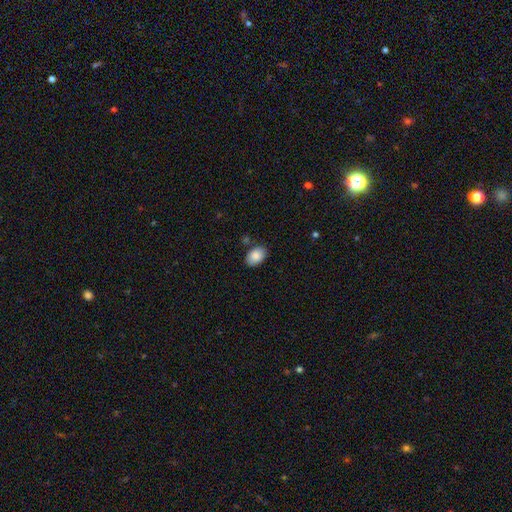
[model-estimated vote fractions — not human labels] smooth-or-featured: smooth: 88% | star or artifact: 7% | featured or disk: 5%
  how-rounded: in between: 86% | round: 13% | cigar-shaped: 1%
  merging: none: 81% | minor disturbance: 12% | merger: 4% | major disturbance: 3%